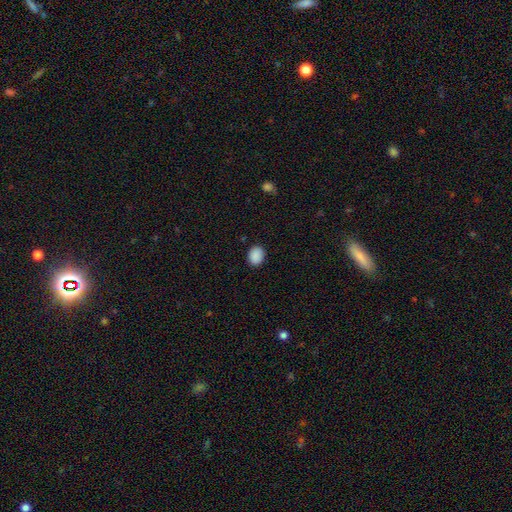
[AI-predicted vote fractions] This appears to be a smooth galaxy with no disk features (90%) that is in between round and cigar-shaped (63%). Merging: none (88%).